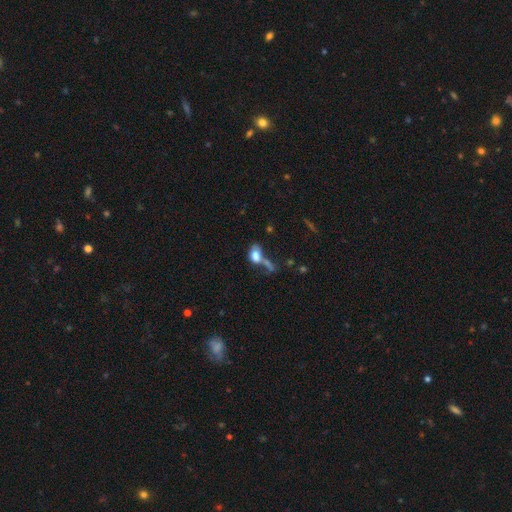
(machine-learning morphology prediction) A smooth galaxy with no disk features (73%) that is in between round and cigar-shaped (80%). Merging: merger (44%).